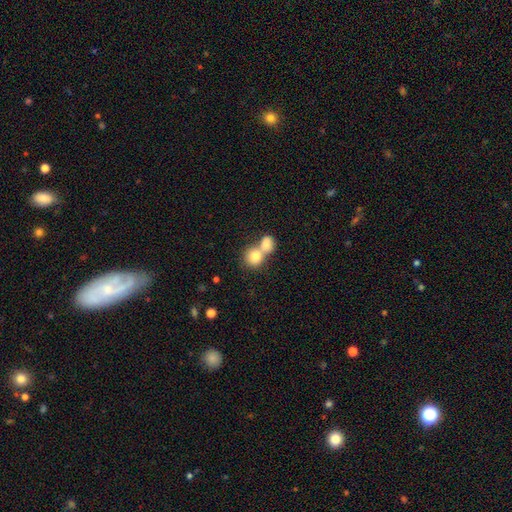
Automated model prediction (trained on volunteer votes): Smooth or featured?
  - smooth: 79% *
  - featured or disk: 12%
  - star or artifact: 8%
How rounded?
  - round: 75% *
  - in between: 24%
  - cigar-shaped: 1%
Merging?
  - merger: 67% *
  - none: 26%
  - minor disturbance: 5%
  - major disturbance: 2%